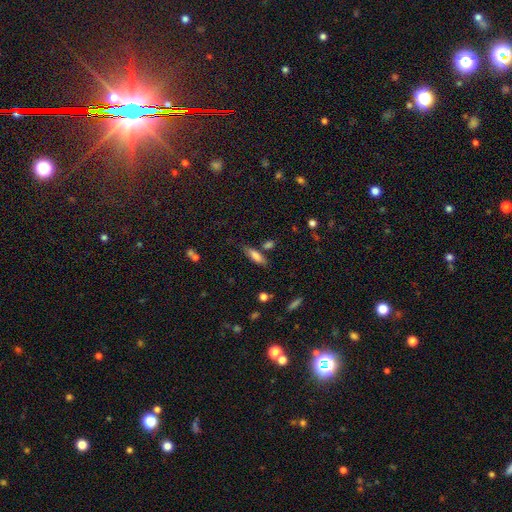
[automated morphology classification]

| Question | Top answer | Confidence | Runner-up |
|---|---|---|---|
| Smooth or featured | smooth | 75% | featured or disk (17%) |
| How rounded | cigar-shaped | 49% | in between (48%) |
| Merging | none | 72% | minor disturbance (16%) |